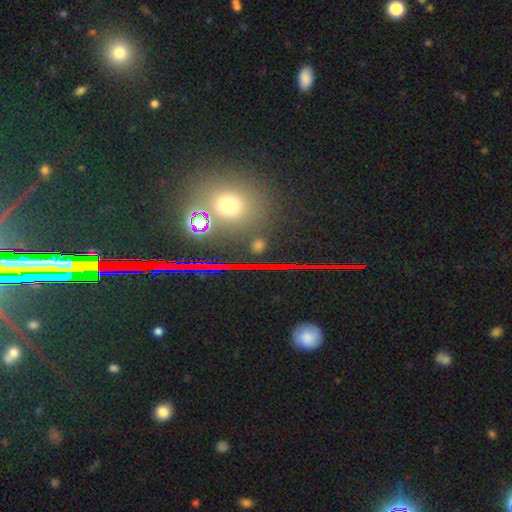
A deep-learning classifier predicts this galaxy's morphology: Q: Smooth or featured?
A: star or artifact (58%); runner-up: smooth (30%)